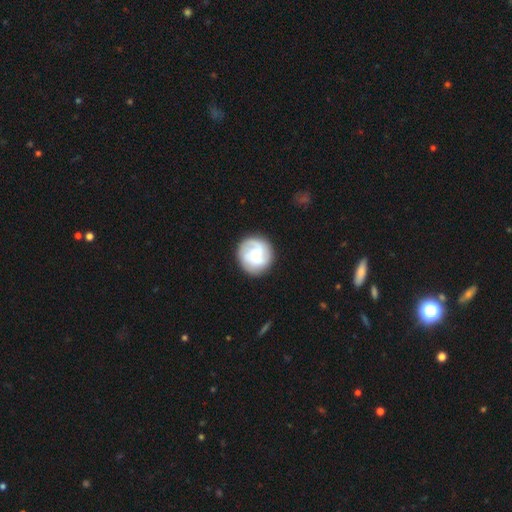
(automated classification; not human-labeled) This appears to be a featured or disk galaxy (66%) with no bar (56%), 3 (41%) medium (41%) spiral arms (94%) and a small central bulge (59%). Merging: none (85%).